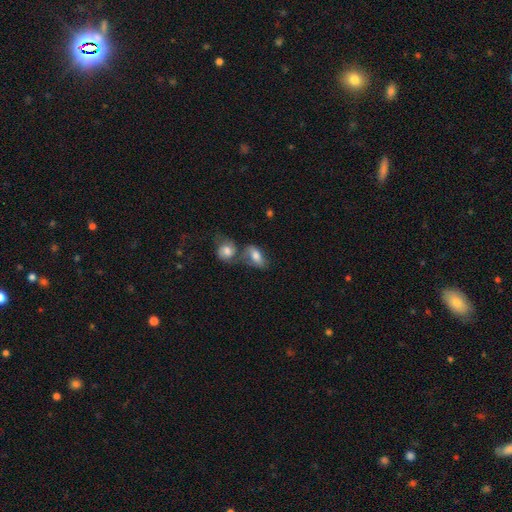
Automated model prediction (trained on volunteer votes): Smooth or featured: smooth — 69% (featured or disk — 23%)
How rounded: in between — 86% (round — 9%)
Merging: merger — 48% (none — 29%)